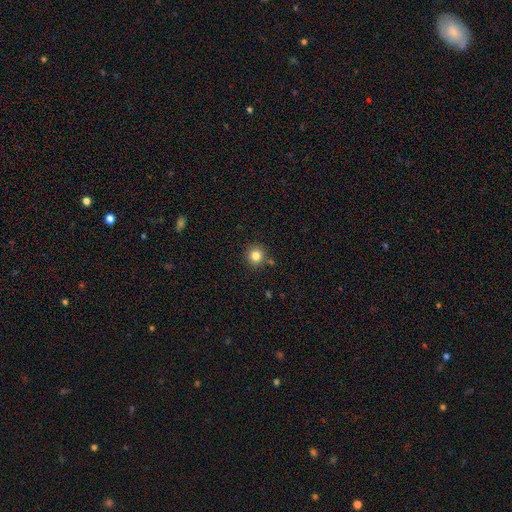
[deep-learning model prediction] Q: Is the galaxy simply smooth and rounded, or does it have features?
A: smooth — 82%.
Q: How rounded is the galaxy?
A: round — 94%.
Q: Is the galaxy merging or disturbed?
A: none — 85%.